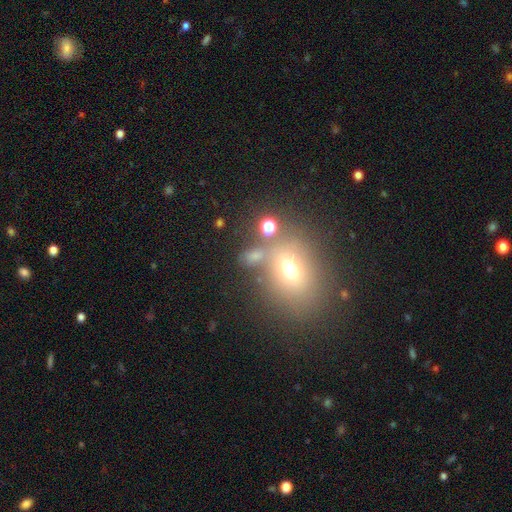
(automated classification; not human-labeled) smooth 62%, star or artifact 25%, featured or disk 13%. Down the decision tree: how rounded — in between (53%); merging — none (56%).